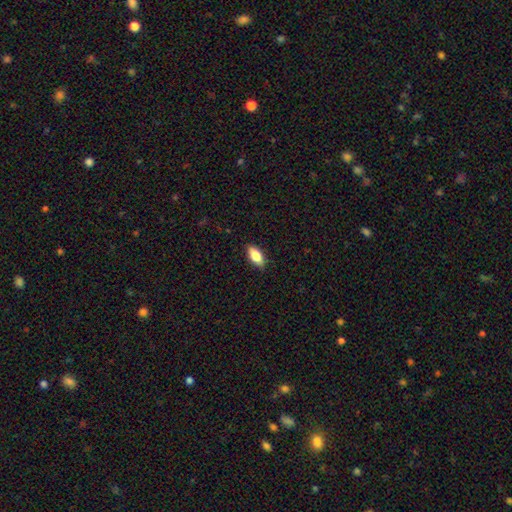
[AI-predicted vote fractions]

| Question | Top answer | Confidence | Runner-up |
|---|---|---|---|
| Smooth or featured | smooth | 83% | featured or disk (11%) |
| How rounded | in between | 87% | cigar-shaped (10%) |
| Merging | none | 88% | minor disturbance (9%) |